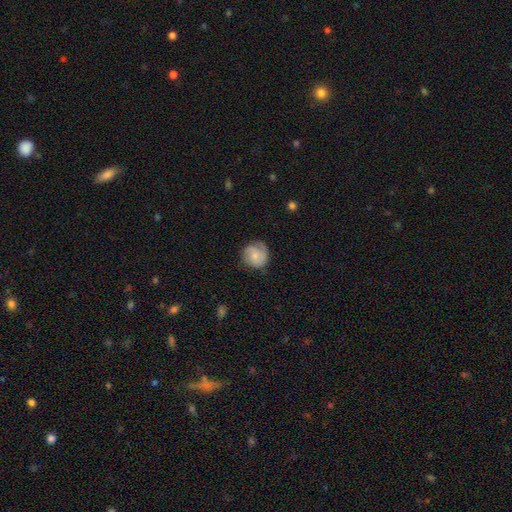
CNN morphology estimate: This is possibly a smooth galaxy (60%). How rounded: clearly round (87%). Merging: likely none (68%).